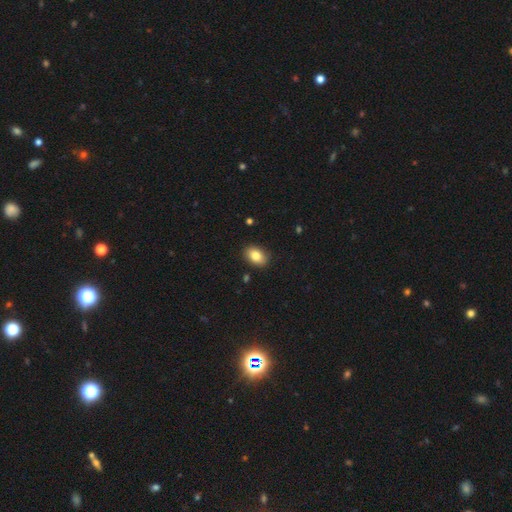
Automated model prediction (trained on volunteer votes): Overall: smooth (84%). How rounded: in between (85%). Merging: none (88%).